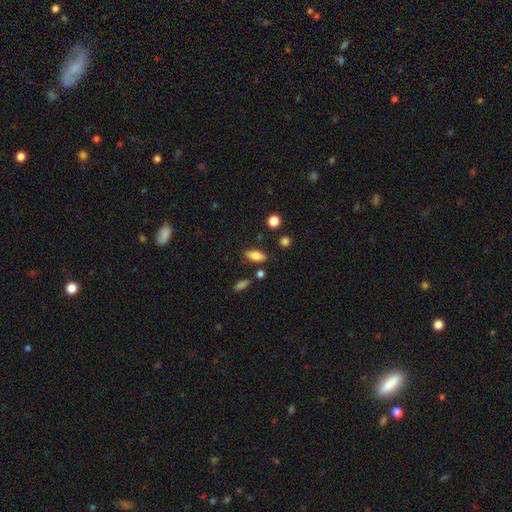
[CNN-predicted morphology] Overall: smooth (80%). How rounded: in between (81%). Merging: none (80%).